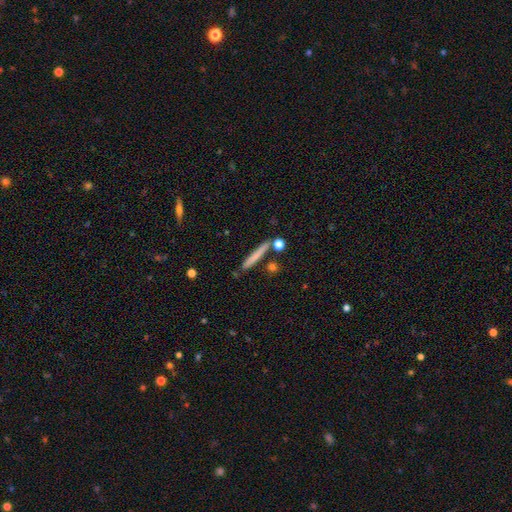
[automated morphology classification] This is likely a smooth galaxy (67%). How rounded: clearly cigar-shaped (94%). Merging: clearly none (81%).